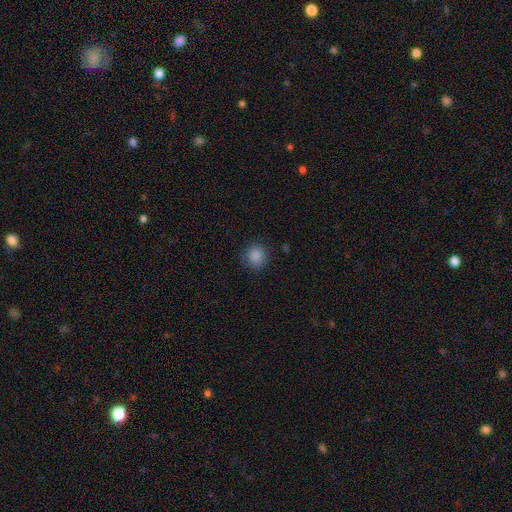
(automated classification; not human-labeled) Smooth or featured? Predicted: smooth (p=0.87). How rounded? Predicted: round (p=0.87). Merging? Predicted: none (p=0.83).